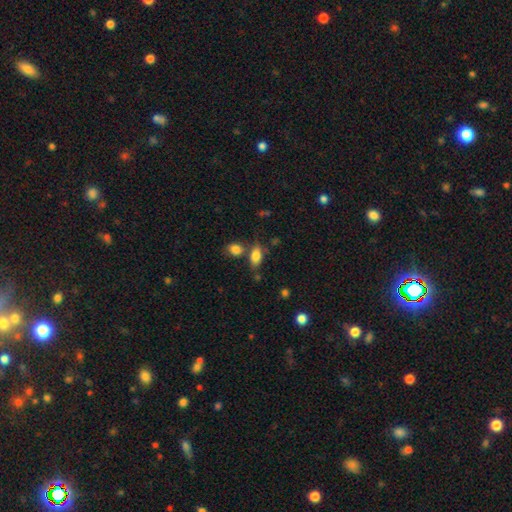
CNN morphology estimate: smooth_or_featured: smooth (p=0.82) [alt: star or artifact p=0.09]
how_rounded: in between (p=0.87) [alt: round p=0.07]
merging: none (p=0.63) [alt: merger p=0.18]